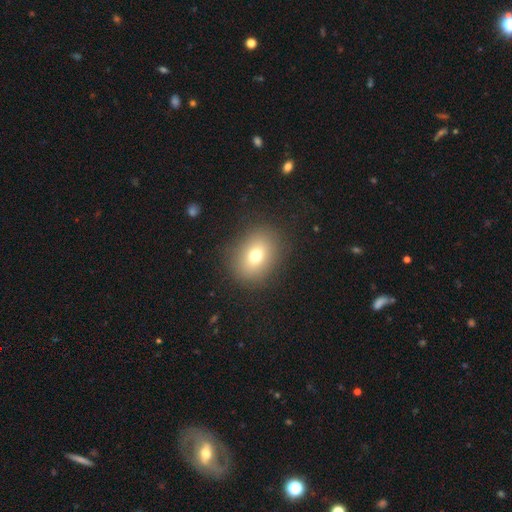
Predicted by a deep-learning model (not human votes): Smooth or featured?
  - smooth: 73% *
  - featured or disk: 14%
  - star or artifact: 13%
How rounded?
  - in between: 52% *
  - round: 47%
  - cigar-shaped: 1%
Merging?
  - none: 87% *
  - minor disturbance: 8%
  - major disturbance: 4%
  - merger: 1%